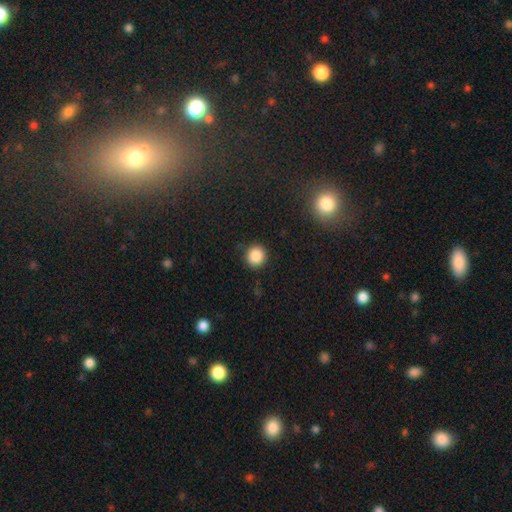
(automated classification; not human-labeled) This appears to be a smooth galaxy with no disk features (86%) that is round (93%). Merging: none (90%).